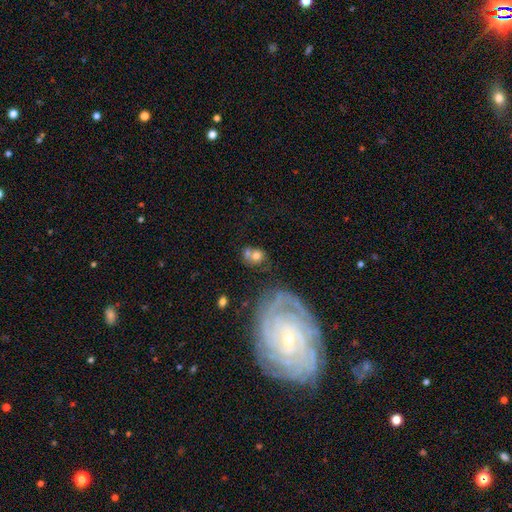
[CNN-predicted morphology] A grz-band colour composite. It shows a smooth galaxy with no disk features (61%) that is round (65%). Merging: none (39%).